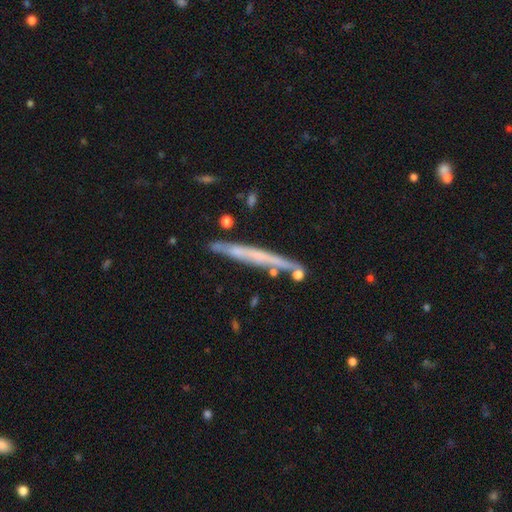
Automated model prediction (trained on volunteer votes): Smooth or featured? Predicted: featured or disk (p=0.55). Edge-on disk? Predicted: yes (p=0.94). Edge-on bulge? Predicted: none (p=0.81). Merging? Predicted: none (p=0.79).